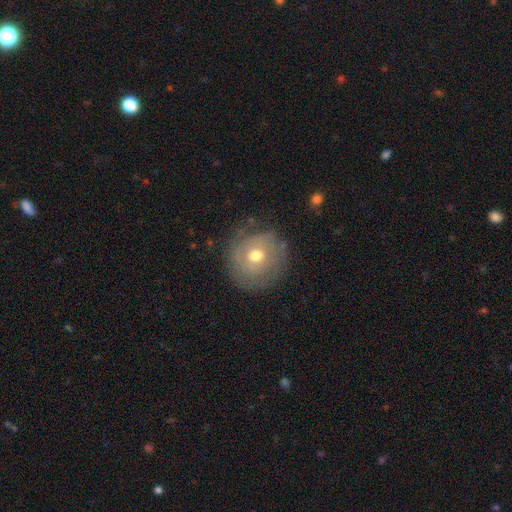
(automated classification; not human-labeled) Smooth or featured? smooth (59%)
How rounded? round (89%)
Merging? none (71%)